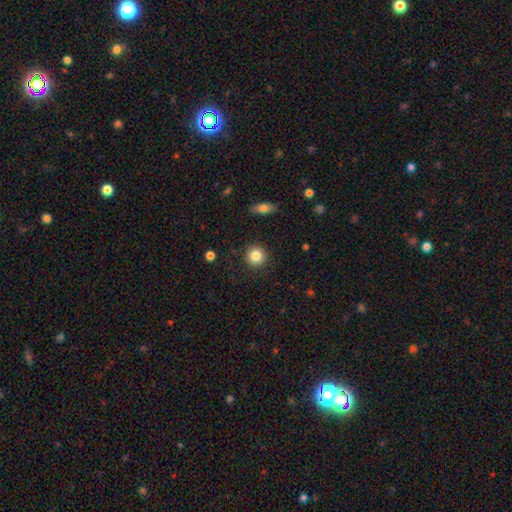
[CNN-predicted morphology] type=smooth (85%); roundness=round (92%); merging=none (90%).